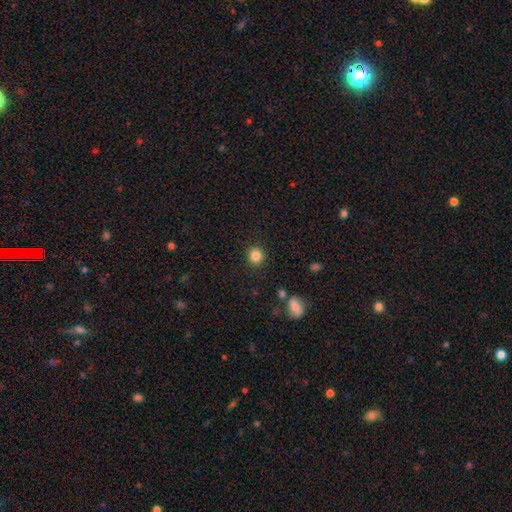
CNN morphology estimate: Smooth or featured? Predicted: smooth (p=0.85). How rounded? Predicted: round (p=0.92). Merging? Predicted: none (p=0.90).